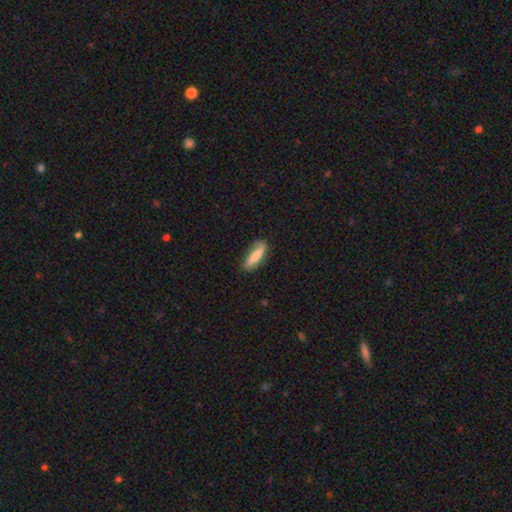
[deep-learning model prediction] Overall: smooth (62%; featured or disk 32%). How rounded: cigar-shaped (57%; in between 41%). Merging: none (77%).